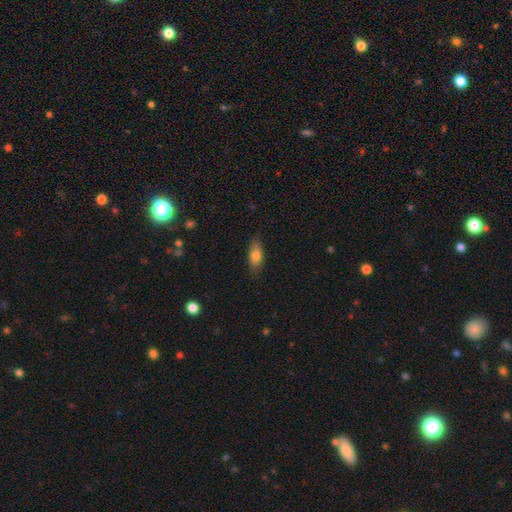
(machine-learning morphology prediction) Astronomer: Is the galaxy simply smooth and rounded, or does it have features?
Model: smooth — 76%.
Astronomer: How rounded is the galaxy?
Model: in between — 76%.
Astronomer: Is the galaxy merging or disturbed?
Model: none — 84%.